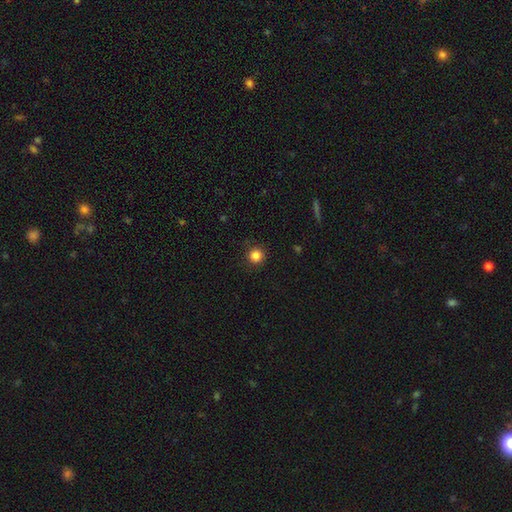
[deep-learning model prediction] A smooth galaxy with no disk features (84%) that is round (95%). Merging: none (91%).